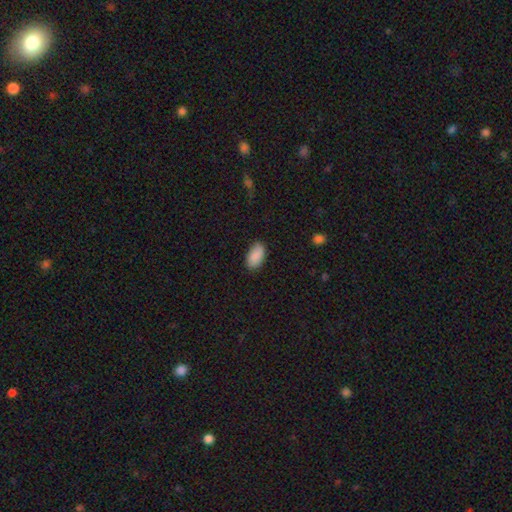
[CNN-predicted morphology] type=smooth (90%); roundness=in between (95%); merging=none (83%).